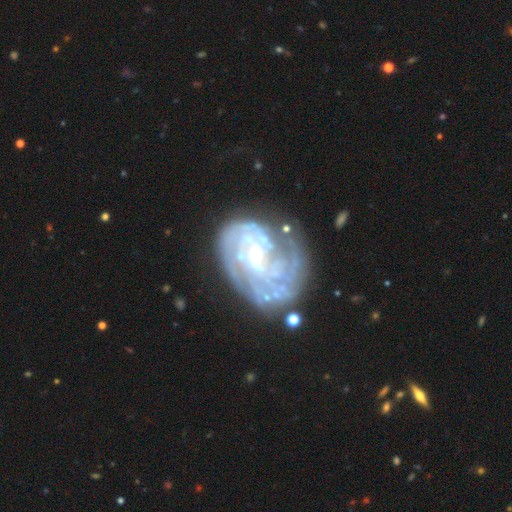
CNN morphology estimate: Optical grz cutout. It shows a featured or disk galaxy (84%) with no bar (70%), tight (65%) spiral arms (86%) and a small central bulge (67%). Merging: none (50%).